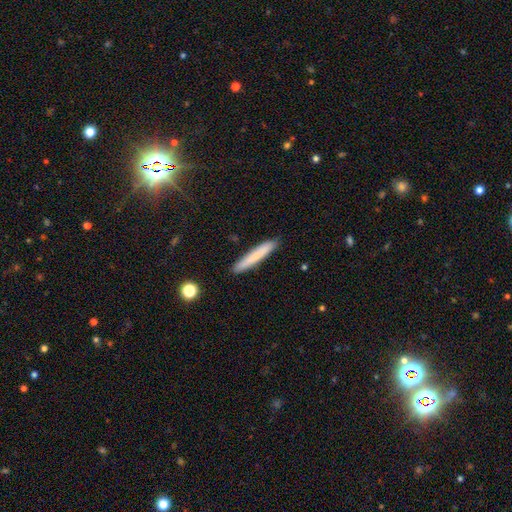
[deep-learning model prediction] The model was most divided on "smooth or featured": smooth: 76%, featured or disk: 18%, star or artifact: 6%. More confident: how rounded — cigar-shaped (94%); merging — none (90%).